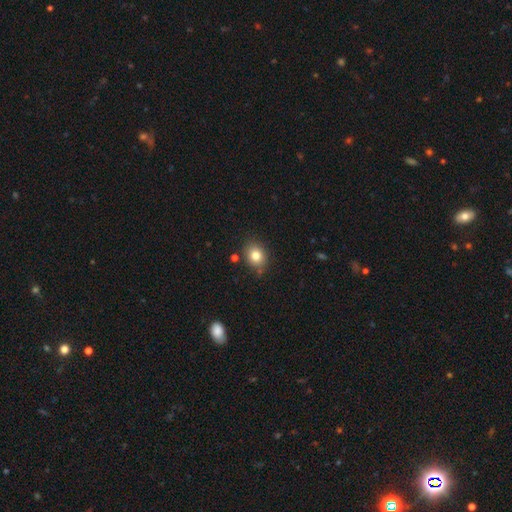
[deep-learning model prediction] A smooth galaxy with no disk features (81%) that is round (60%).

Vote fractions:
- Smooth or featured? smooth: 81% / star or artifact: 11% / featured or disk: 8%
- How rounded? round: 60% / in between: 39% / cigar-shaped: 1%
- Merging? none: 80% / minor disturbance: 13% / merger: 4% / major disturbance: 3%